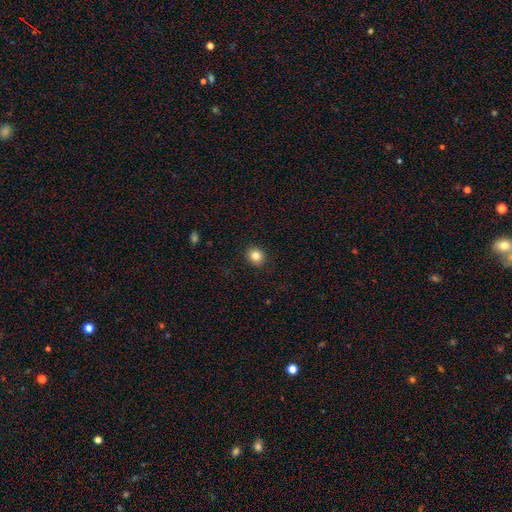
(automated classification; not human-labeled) smooth 84%, star or artifact 10%, featured or disk 5%. Down the decision tree: how rounded — round (78%); merging — none (91%).